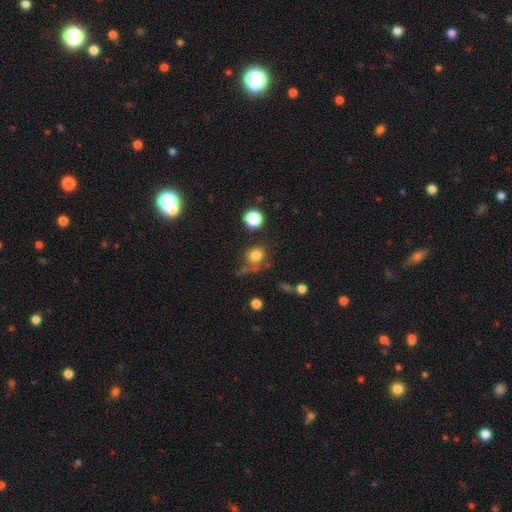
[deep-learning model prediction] Morphology: type=smooth (80%); roundness=round (79%); merging=none (60%).